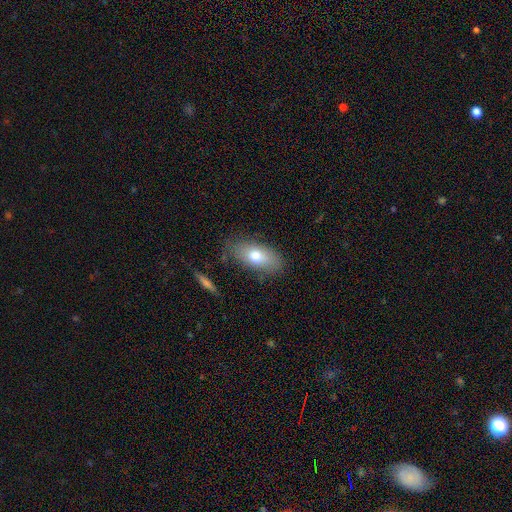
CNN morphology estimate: Smooth or featured? smooth (74%)
How rounded? in between (87%)
Merging? none (77%)